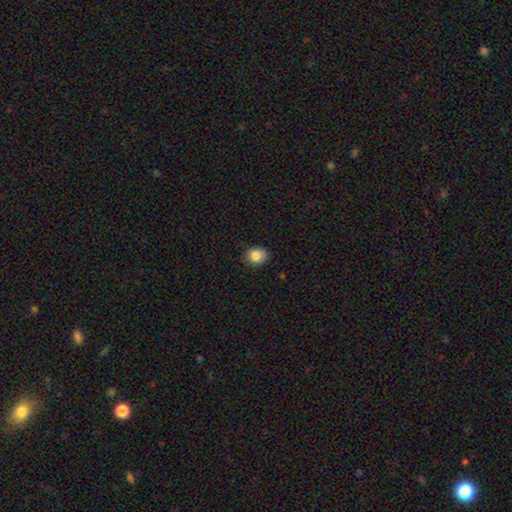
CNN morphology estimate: smooth_or_featured: smooth (p=0.84) [alt: star or artifact p=0.09]
how_rounded: round (p=0.65) [alt: in between p=0.34]
merging: none (p=0.84) [alt: minor disturbance p=0.13]